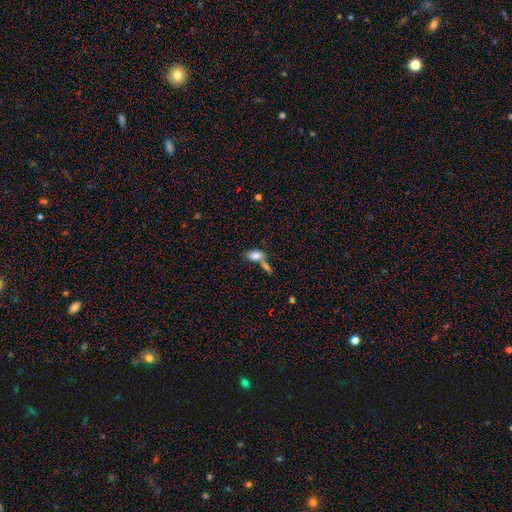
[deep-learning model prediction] Overall: smooth (79%). How rounded: in between (89%). Merging: none (41%, tied with merger).